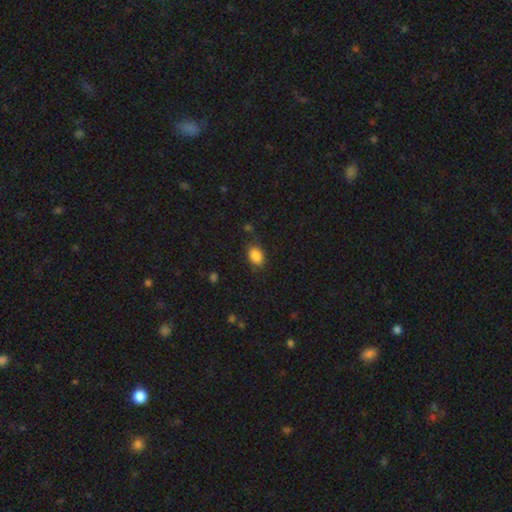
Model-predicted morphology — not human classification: smooth-or-featured: smooth: 86% | star or artifact: 9% | featured or disk: 4%
  how-rounded: in between: 76% | round: 22% | cigar-shaped: 1%
  merging: none: 76% | minor disturbance: 17% | major disturbance: 4% | merger: 2%